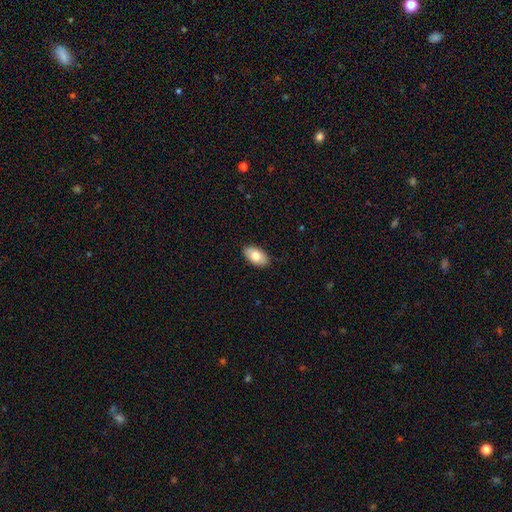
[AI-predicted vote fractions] Morphology: type=smooth (78%); roundness=in between (94%); merging=none (88%).